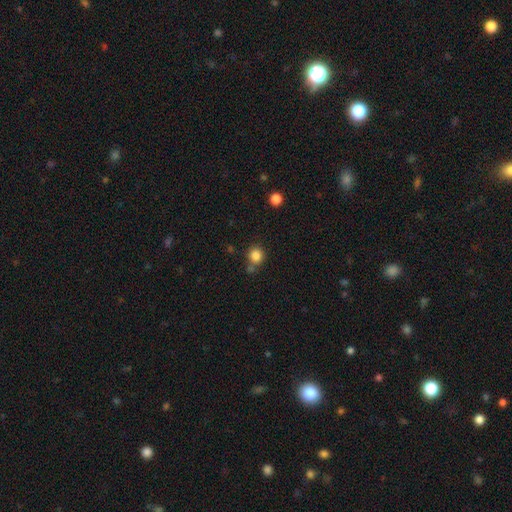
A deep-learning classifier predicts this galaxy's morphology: The model was most divided on "merging": none: 71%, merger: 14%, minor disturbance: 11%, major disturbance: 4%. More confident: how rounded — round (90%); smooth or featured — smooth (84%).